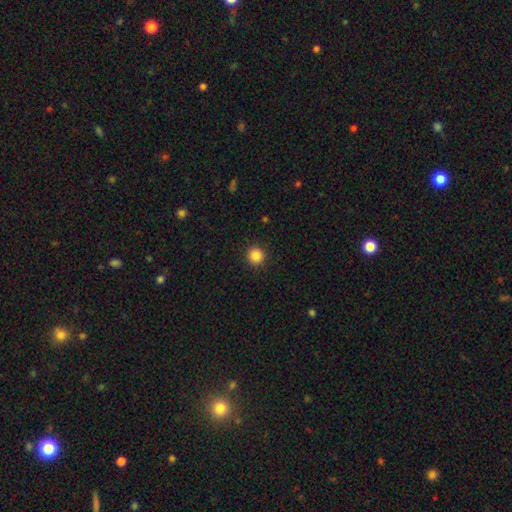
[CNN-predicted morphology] This is clearly a smooth galaxy (87%). How rounded: clearly round (94%). Merging: clearly none (92%).